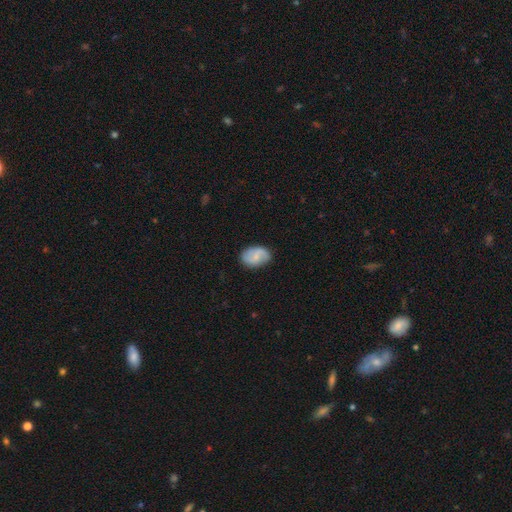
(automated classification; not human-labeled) smooth-or-featured: smooth: 50% | featured or disk: 43% | star or artifact: 7%
  how-rounded: in between: 83% | round: 15% | cigar-shaped: 1%
  merging: none: 79% | minor disturbance: 16% | major disturbance: 3% | merger: 1%